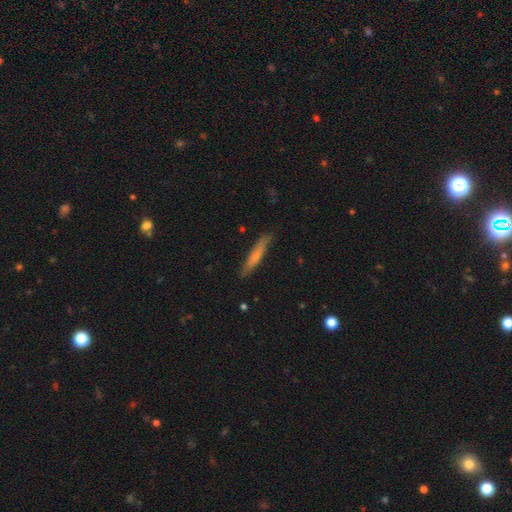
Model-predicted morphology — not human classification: A smooth galaxy with no disk features (66%) that is cigar-shaped (92%).

Vote fractions:
- Smooth or featured? smooth: 66% / featured or disk: 28% / star or artifact: 6%
- How rounded? cigar-shaped: 92% / in between: 6% / round: 1%
- Merging? none: 84% / minor disturbance: 12% / major disturbance: 2% / merger: 1%